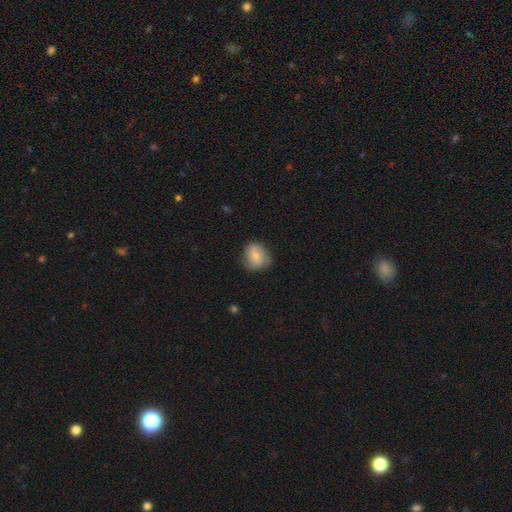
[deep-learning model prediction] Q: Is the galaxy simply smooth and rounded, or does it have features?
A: smooth — 69%.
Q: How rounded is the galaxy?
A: round — 64%.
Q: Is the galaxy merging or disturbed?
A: none — 68%.